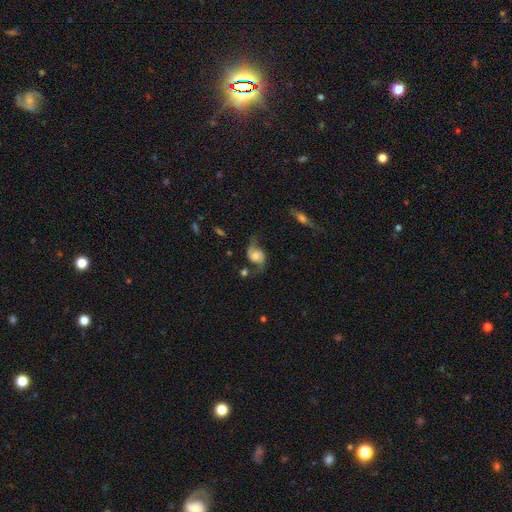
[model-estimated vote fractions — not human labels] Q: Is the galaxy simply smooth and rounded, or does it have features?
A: featured or disk — 71%.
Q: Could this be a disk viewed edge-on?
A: no — 96%.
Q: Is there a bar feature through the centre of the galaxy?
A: no — 64%.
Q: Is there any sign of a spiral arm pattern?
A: yes — 93%.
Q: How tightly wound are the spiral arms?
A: loose — 70%.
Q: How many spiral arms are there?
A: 2 — 90%.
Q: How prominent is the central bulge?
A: moderate — 33%.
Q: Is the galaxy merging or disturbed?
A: none — 58%.